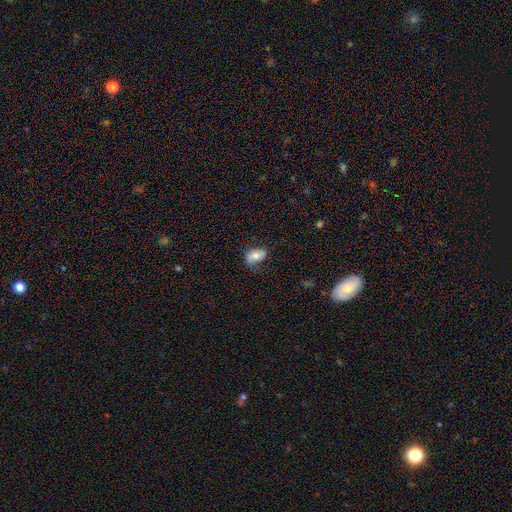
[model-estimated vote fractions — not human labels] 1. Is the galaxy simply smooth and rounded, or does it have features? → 70% smooth, 22% featured or disk, 8% star or artifact.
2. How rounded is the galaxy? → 87% in between, 11% round, 2% cigar-shaped.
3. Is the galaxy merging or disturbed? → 62% none, 28% minor disturbance, 9% major disturbance, 2% merger.